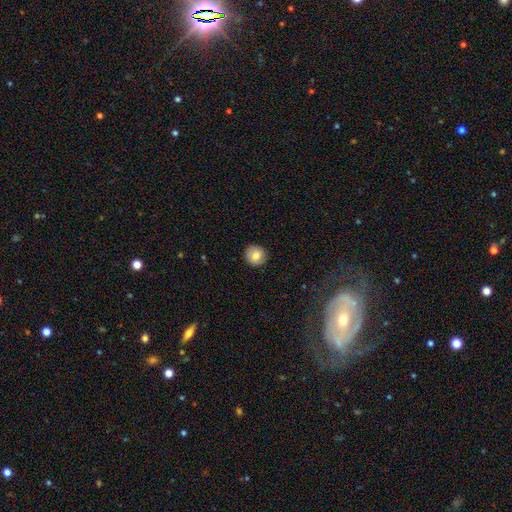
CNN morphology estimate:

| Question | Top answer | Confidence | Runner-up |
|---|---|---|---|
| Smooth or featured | smooth | 80% | featured or disk (12%) |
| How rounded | round | 92% | in between (7%) |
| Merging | none | 90% | minor disturbance (7%) |